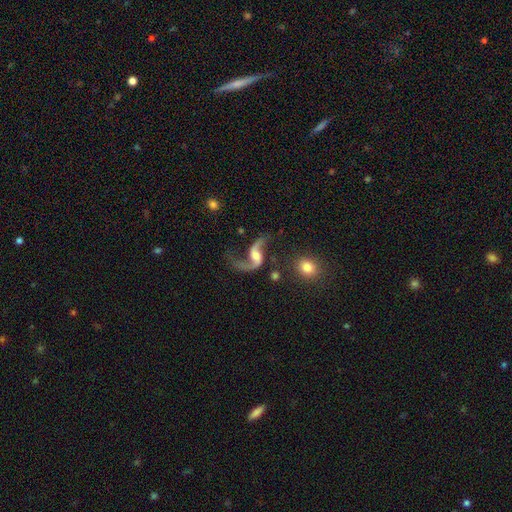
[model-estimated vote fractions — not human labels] This appears to be a featured or disk galaxy (90%) with no bar (44%), 2 (92%) loose (88%) spiral arms (97%) and a moderate central bulge (38%). Merging: none (60%).